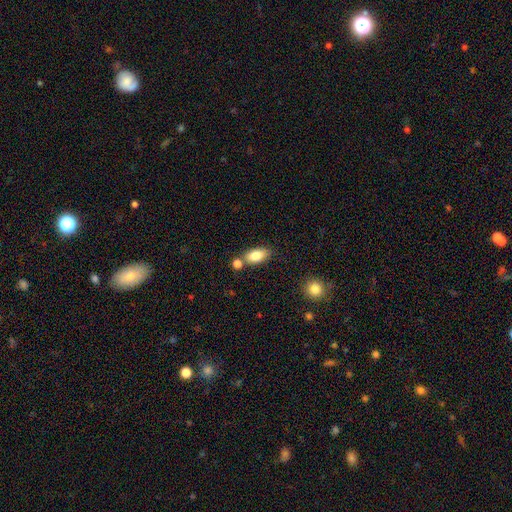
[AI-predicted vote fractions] Smooth or featured? Predicted: smooth (p=0.83). How rounded? Predicted: in between (p=0.88). Merging? Predicted: none (p=0.65).